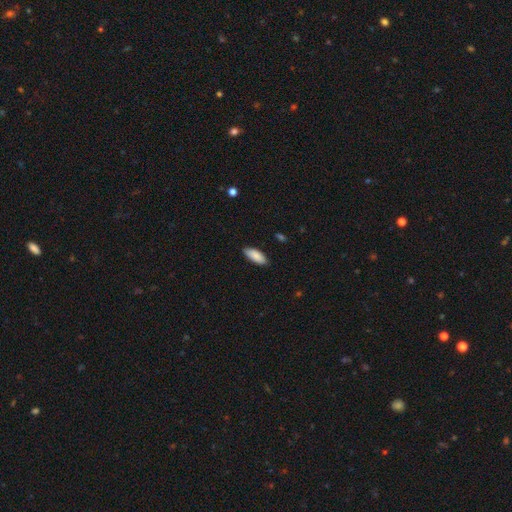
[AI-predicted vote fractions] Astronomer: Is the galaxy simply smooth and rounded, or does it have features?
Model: smooth — 89%.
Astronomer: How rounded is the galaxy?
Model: in between — 80%.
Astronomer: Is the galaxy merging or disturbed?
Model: none — 87%.